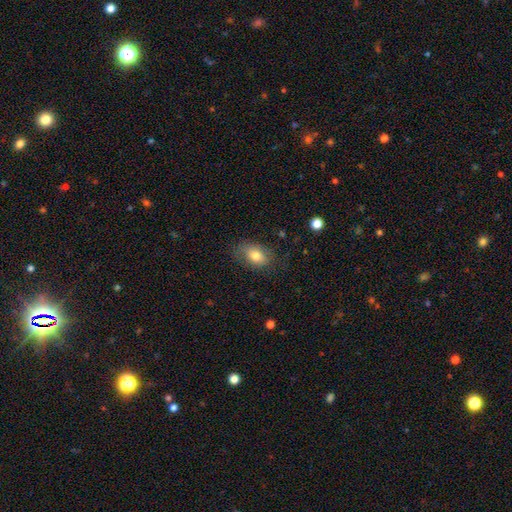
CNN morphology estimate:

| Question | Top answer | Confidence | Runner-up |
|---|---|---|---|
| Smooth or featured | smooth | 78% | featured or disk (13%) |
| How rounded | in between | 85% | round (13%) |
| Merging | none | 71% | minor disturbance (21%) |